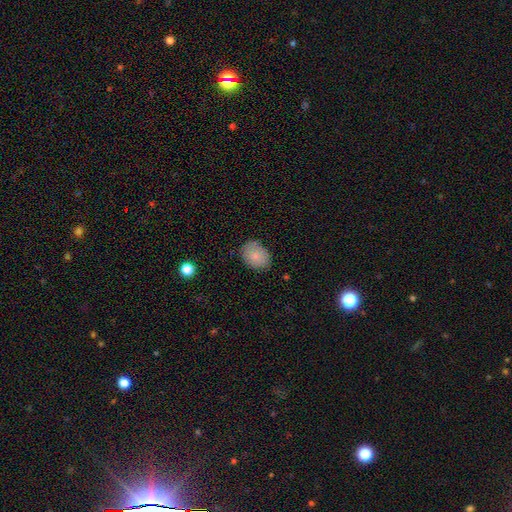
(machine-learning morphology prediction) Q: Smooth or featured?
A: smooth (82%); runner-up: featured or disk (11%)
Q: How rounded?
A: in between (58%); runner-up: round (41%)
Q: Merging?
A: none (76%); runner-up: minor disturbance (19%)